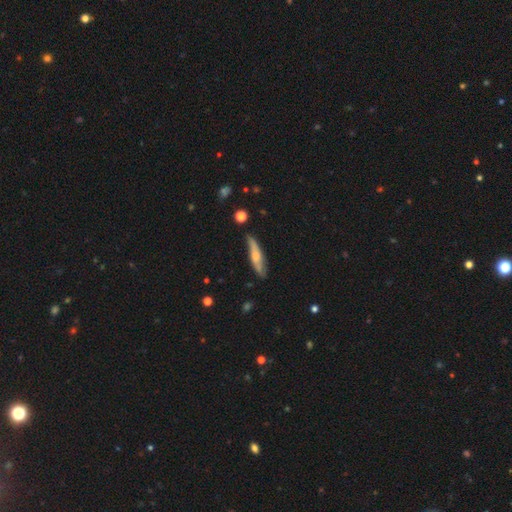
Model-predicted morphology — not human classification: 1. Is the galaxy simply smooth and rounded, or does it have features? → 51% smooth, 43% featured or disk, 6% star or artifact.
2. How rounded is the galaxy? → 79% cigar-shaped, 19% in between, 2% round.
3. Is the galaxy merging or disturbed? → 75% none, 19% minor disturbance, 3% major disturbance, 2% merger.